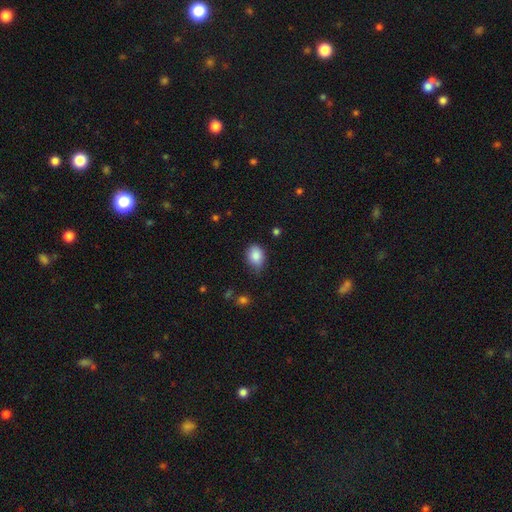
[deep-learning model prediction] Smooth or featured: smooth — 86% (star or artifact — 8%)
How rounded: in between — 71% (round — 28%)
Merging: none — 65% (minor disturbance — 29%)